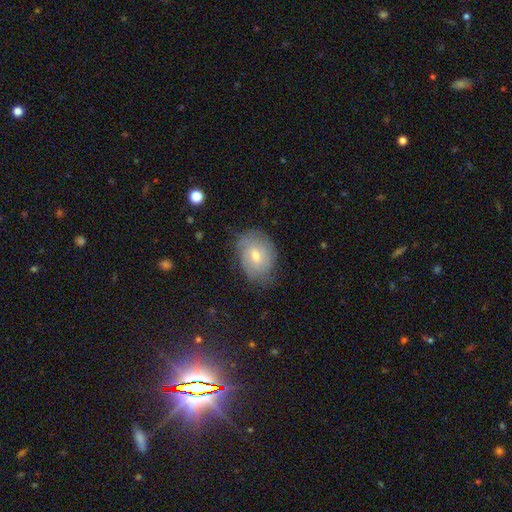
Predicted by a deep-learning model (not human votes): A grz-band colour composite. It shows a featured or disk galaxy (53%) with no bar (63%), spiral arms (79%) and a moderate central bulge (53%). Merging: none (68%).